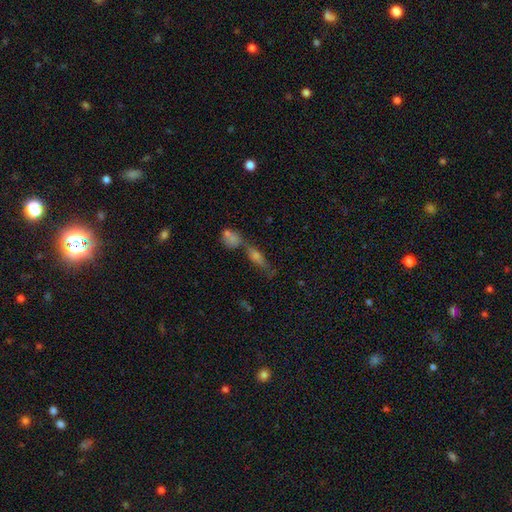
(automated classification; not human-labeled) A smooth galaxy with no disk features (39%).

Vote fractions:
- Smooth or featured? smooth: 39% / featured or disk: 37% / star or artifact: 24%
- Merging? none: 44% / merger: 37% / minor disturbance: 11% / major disturbance: 8%